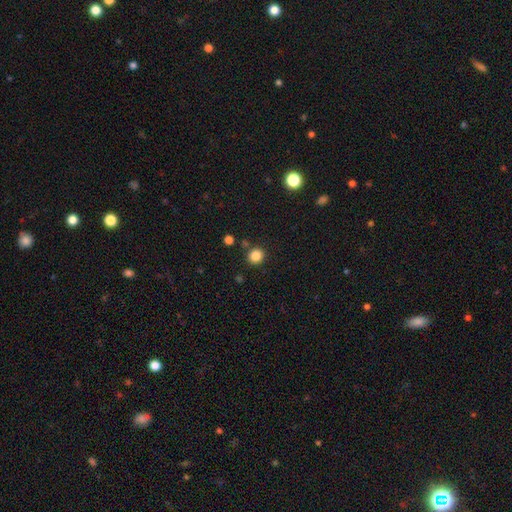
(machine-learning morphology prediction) smooth 84%, star or artifact 12%, featured or disk 4%. Down the decision tree: how rounded — round (85%); merging — none (85%).